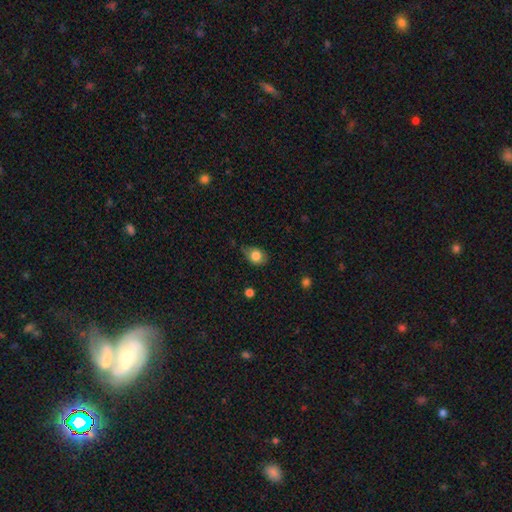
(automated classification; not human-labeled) Smooth or featured? Predicted: smooth (p=0.81). How rounded? Predicted: in between (p=0.55). Merging? Predicted: none (p=0.59).